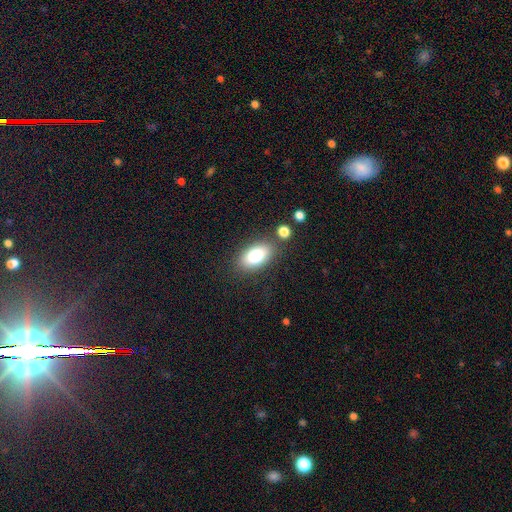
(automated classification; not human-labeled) Smooth or featured? smooth (81%)
How rounded? in between (91%)
Merging? none (81%)